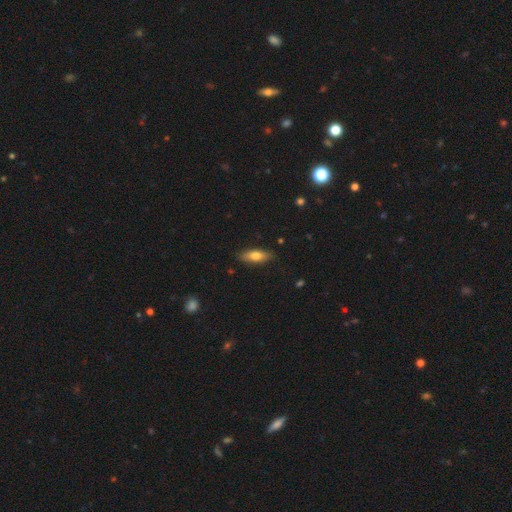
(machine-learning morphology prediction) smooth-or-featured: smooth: 73% | featured or disk: 20% | star or artifact: 6%
  how-rounded: in between: 64% | cigar-shaped: 34% | round: 2%
  merging: none: 85% | minor disturbance: 12% | major disturbance: 2% | merger: 1%